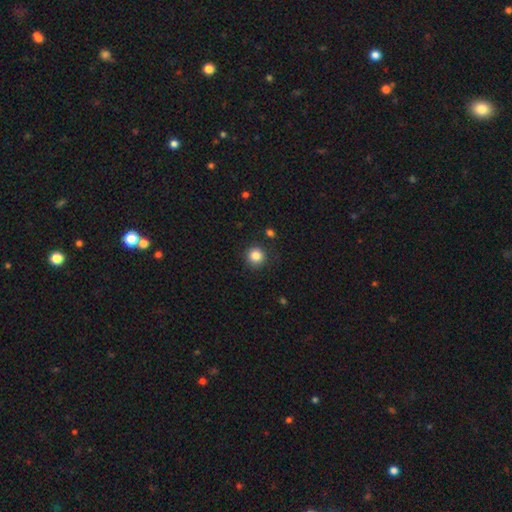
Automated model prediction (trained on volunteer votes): This is clearly a smooth galaxy (85%). How rounded: clearly round (93%). Merging: clearly none (88%).